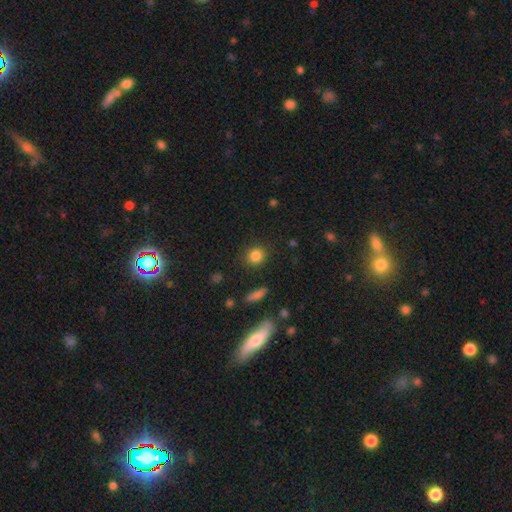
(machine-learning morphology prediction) A smooth galaxy with no disk features (84%) that is round (82%). Merging: none (88%).